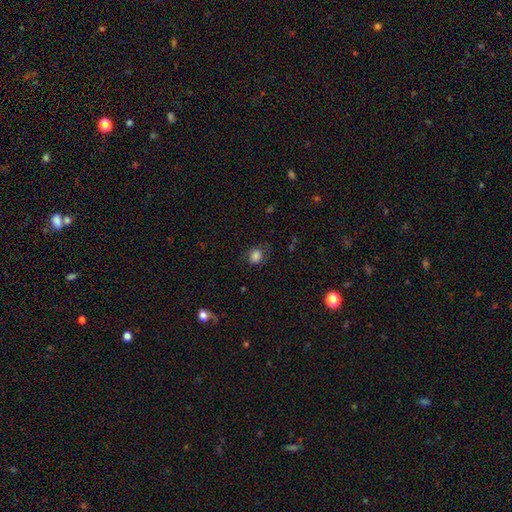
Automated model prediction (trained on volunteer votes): A smooth galaxy with no disk features (81%) that is round (59%). Merging: none (67%).